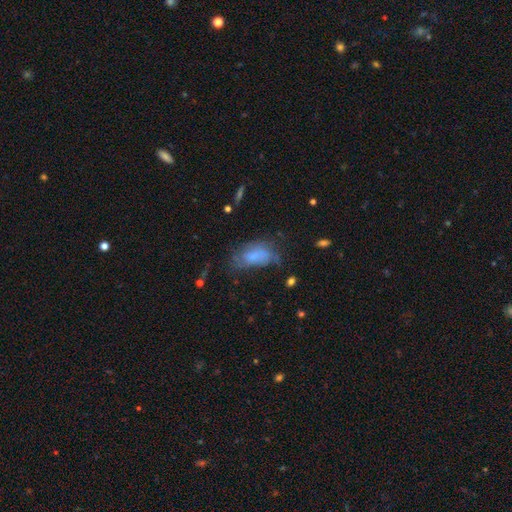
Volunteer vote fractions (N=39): Smooth or featured? 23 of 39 (59%) said smooth. How rounded? 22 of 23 (96%) said in between. Merging? 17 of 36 (47%) said minor disturbance.